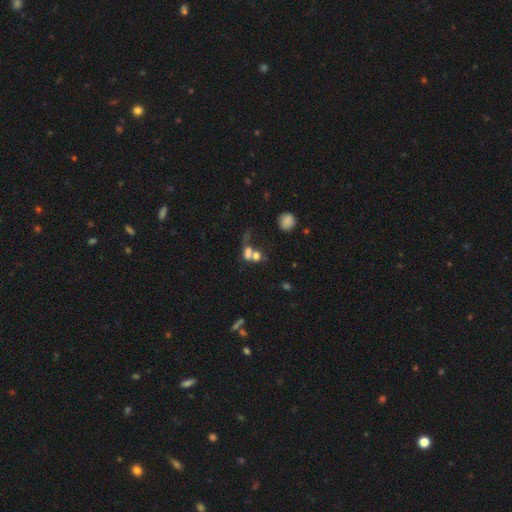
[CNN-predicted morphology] Q: Smooth or featured?
A: smooth (64%); runner-up: star or artifact (18%)
Q: How rounded?
A: in between (50%); runner-up: round (46%)
Q: Merging?
A: merger (57%); runner-up: none (23%)